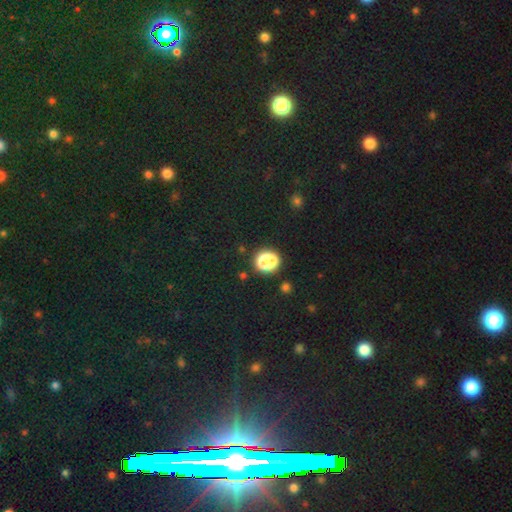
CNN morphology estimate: Smooth or featured? star or artifact (79%)